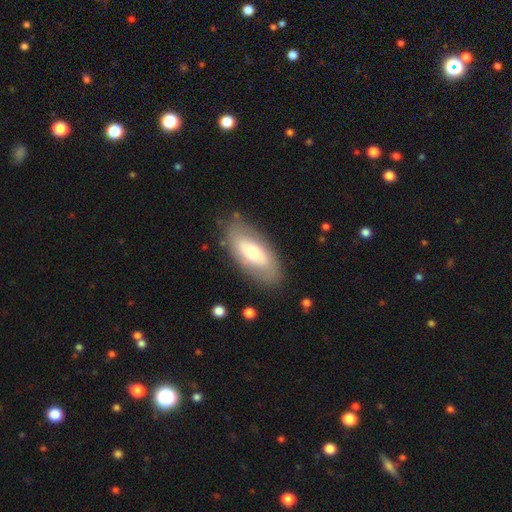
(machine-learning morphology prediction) smooth-or-featured: smooth: 51% | featured or disk: 42% | star or artifact: 7%
  how-rounded: in between: 86% | cigar-shaped: 11% | round: 3%
  merging: none: 81% | minor disturbance: 13% | major disturbance: 4% | merger: 2%